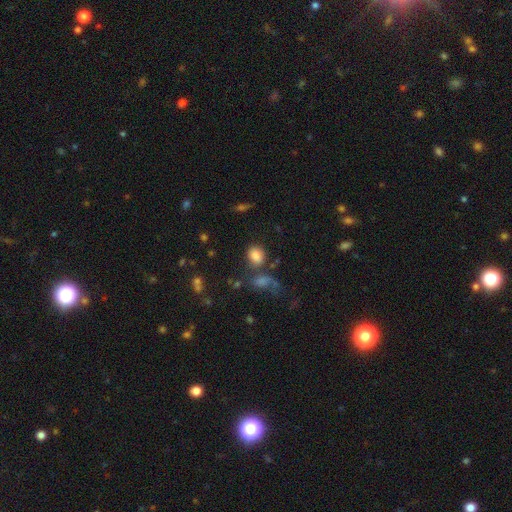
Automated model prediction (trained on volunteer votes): The model was most divided on "how rounded": in between: 51%, round: 47%, cigar-shaped: 2%. More confident: smooth or featured — smooth (82%); merging — none (61%).